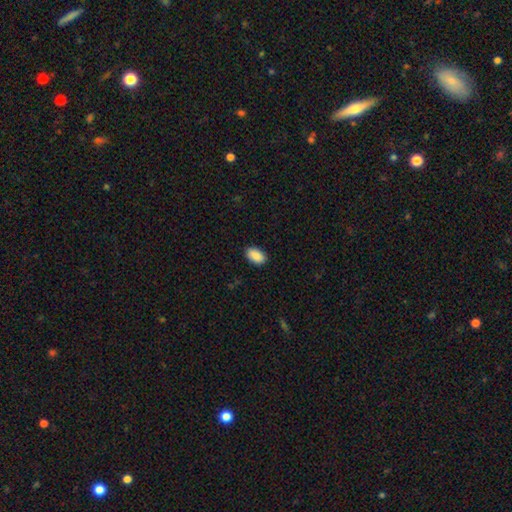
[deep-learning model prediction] smooth 90%, star or artifact 7%, featured or disk 3%. Down the decision tree: how rounded — in between (93%); merging — none (89%).